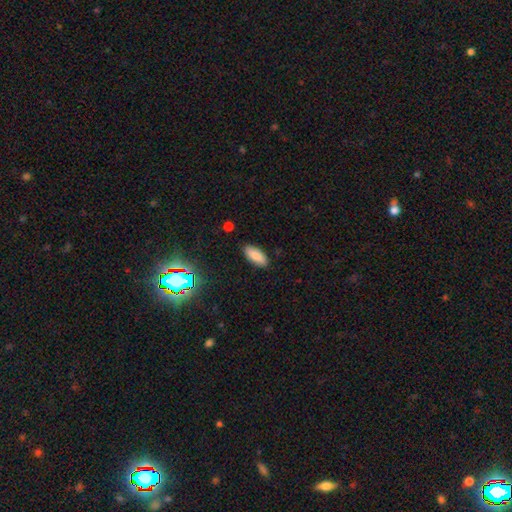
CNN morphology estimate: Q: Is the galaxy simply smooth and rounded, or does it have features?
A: smooth — 84%.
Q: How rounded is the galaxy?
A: in between — 85%.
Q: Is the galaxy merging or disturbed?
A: none — 88%.